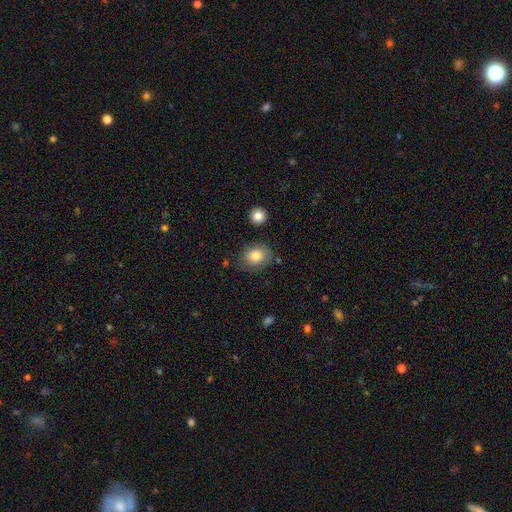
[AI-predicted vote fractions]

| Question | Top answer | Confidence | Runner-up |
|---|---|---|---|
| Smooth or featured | smooth | 82% | featured or disk (10%) |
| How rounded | round | 51% | in between (48%) |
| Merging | none | 75% | minor disturbance (16%) |